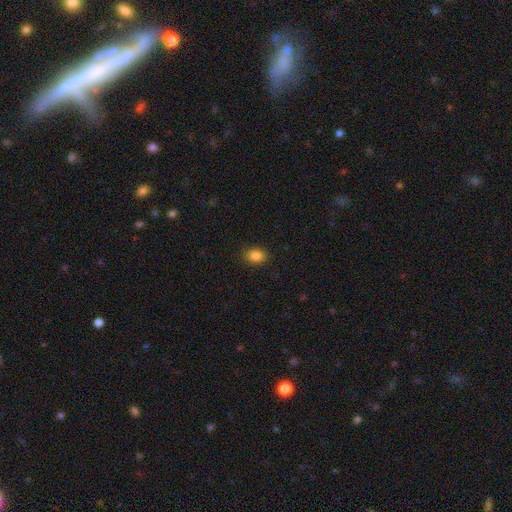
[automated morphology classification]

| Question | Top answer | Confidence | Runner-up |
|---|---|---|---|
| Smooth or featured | smooth | 85% | star or artifact (11%) |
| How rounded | in between | 54% | round (45%) |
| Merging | none | 89% | minor disturbance (8%) |